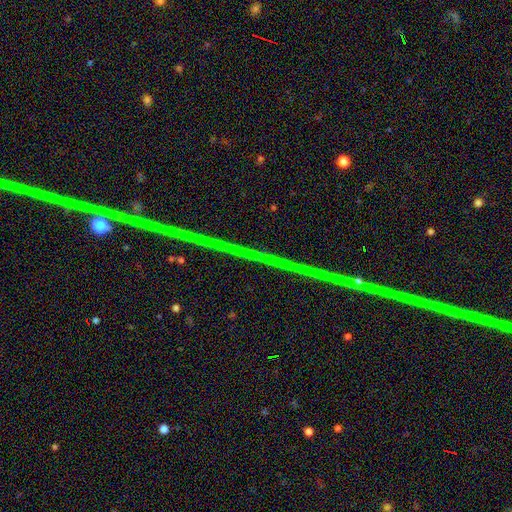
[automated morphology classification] Smooth or featured: star or artifact — 79% (featured or disk — 14%)